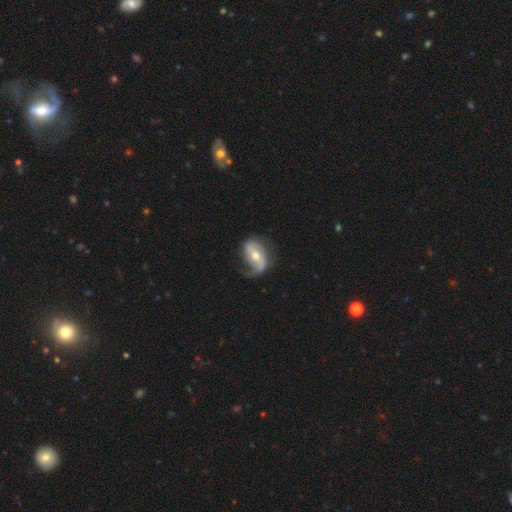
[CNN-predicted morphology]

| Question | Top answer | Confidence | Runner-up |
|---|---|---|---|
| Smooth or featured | featured or disk | 79% | smooth (15%) |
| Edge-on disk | no | 96% | yes (4%) |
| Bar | weak | 37% | no (33%) |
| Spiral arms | yes | 91% | no (9%) |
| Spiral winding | loose | 48% | medium (35%) |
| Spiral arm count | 2 | 63% | 1 (28%) |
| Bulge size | moderate | 64% | small (31%) |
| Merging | none | 55% | minor disturbance (26%) |